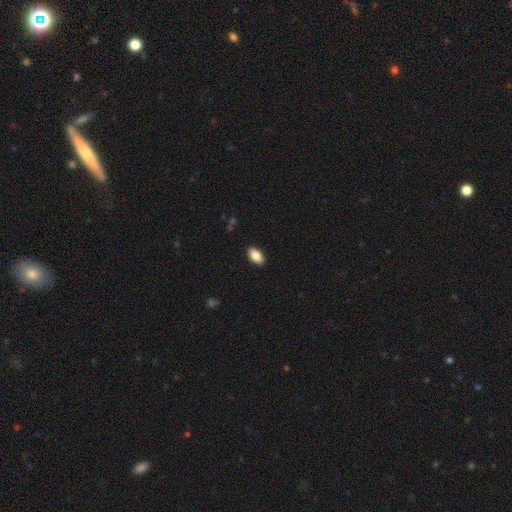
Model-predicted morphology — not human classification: A smooth galaxy with no disk features (86%) that is in between round and cigar-shaped (93%). Merging: none (89%).